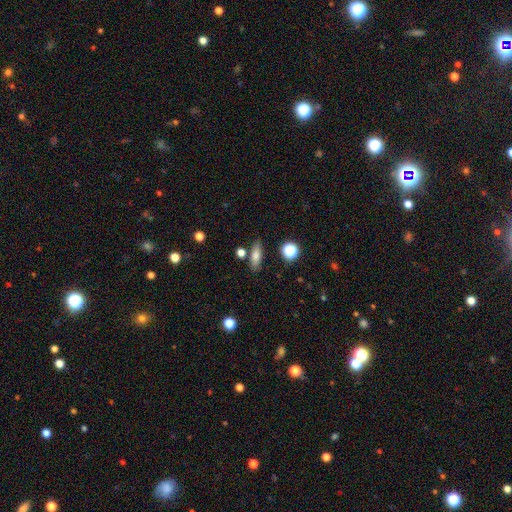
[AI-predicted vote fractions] A smooth galaxy with no disk features (76%) that is in between round and cigar-shaped (61%).

Vote fractions:
- Smooth or featured? smooth: 76% / featured or disk: 14% / star or artifact: 10%
- How rounded? in between: 61% / cigar-shaped: 33% / round: 6%
- Merging? none: 79% / minor disturbance: 11% / merger: 6% / major disturbance: 3%